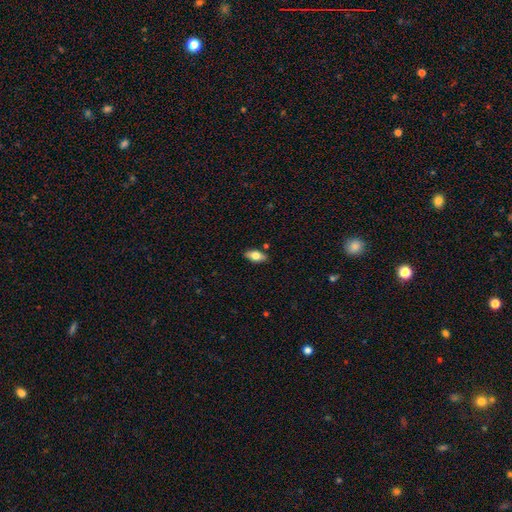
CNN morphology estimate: Smooth or featured? smooth (73%)
How rounded? in between (89%)
Merging? none (86%)